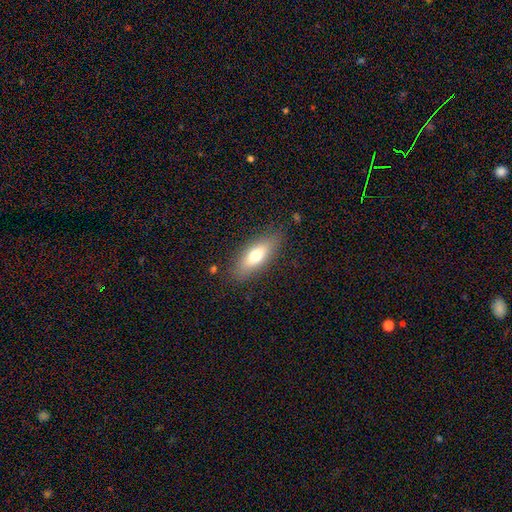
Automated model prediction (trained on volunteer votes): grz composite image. It shows a smooth galaxy with no disk features (69%) that is in between round and cigar-shaped (66%). Merging: none (83%).